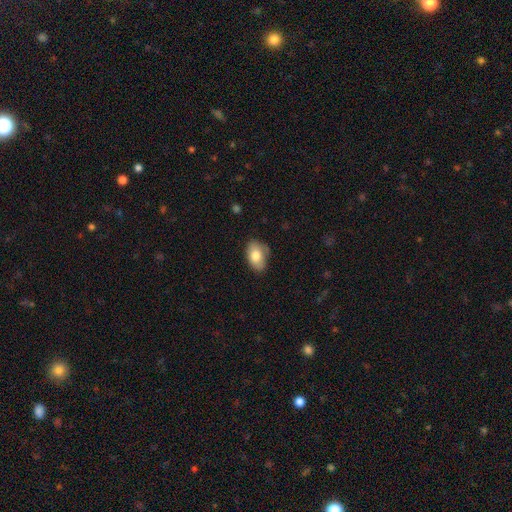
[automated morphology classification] This is likely a smooth galaxy (79%). How rounded: clearly in between (87%). Merging: likely none (71%).